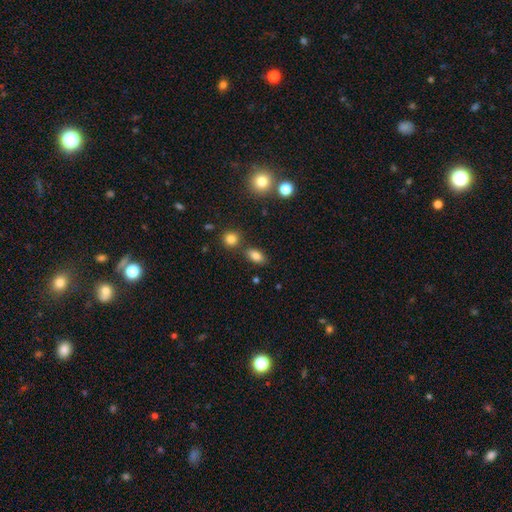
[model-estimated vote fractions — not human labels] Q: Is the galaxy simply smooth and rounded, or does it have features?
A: smooth — 81%.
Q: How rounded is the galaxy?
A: in between — 86%.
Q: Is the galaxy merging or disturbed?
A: none — 77%.